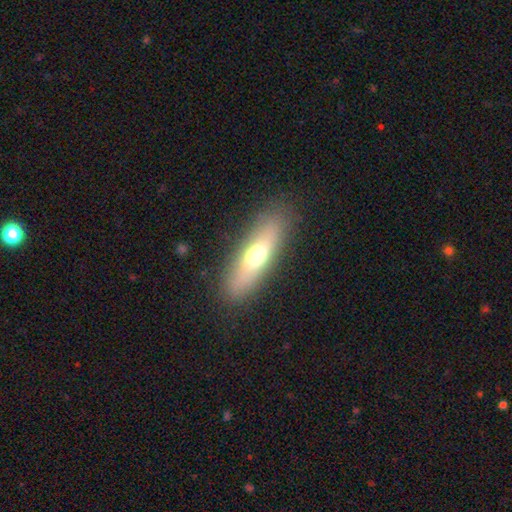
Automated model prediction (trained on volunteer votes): This appears to be a smooth galaxy with no disk features (60%) that is in between round and cigar-shaped (50%). Merging: none (86%).